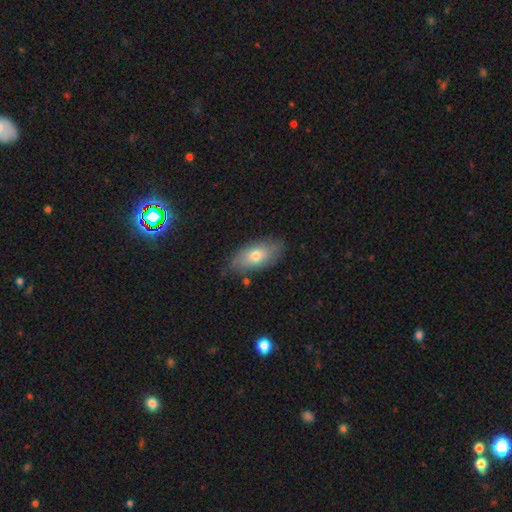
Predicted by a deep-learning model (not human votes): This appears to be a smooth galaxy with no disk features (70%) that is in between round and cigar-shaped (88%). Merging: none (75%).